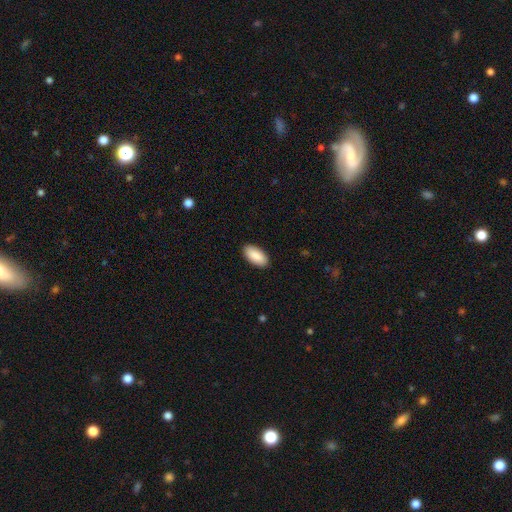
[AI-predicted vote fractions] The model was most divided on "merging": none: 90%, minor disturbance: 7%, major disturbance: 2%, merger: 1%. More confident: how rounded — in between (93%); smooth or featured — smooth (90%).